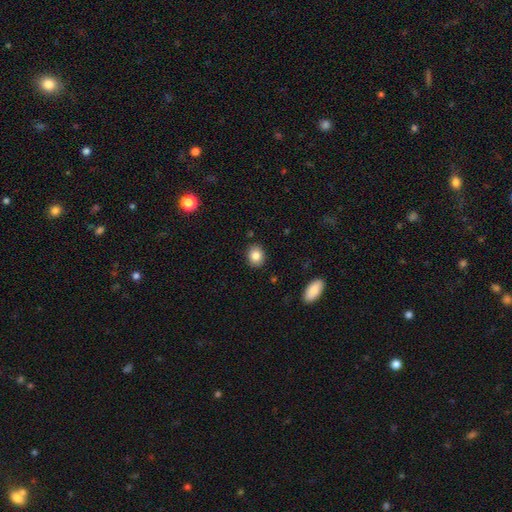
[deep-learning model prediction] Morphology: type=smooth (83%); roundness=round (63%); merging=none (89%).